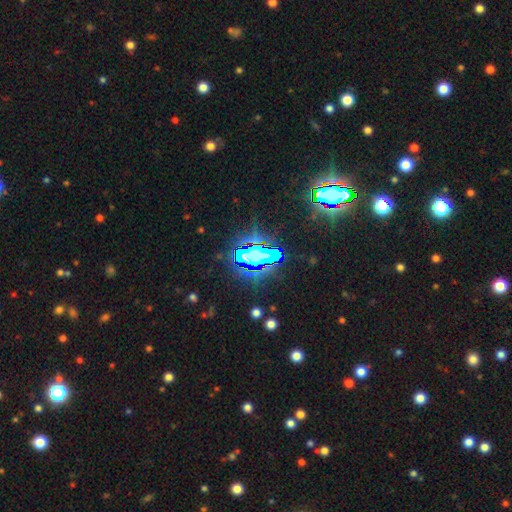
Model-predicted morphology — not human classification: Smooth or featured? Predicted: star or artifact (p=0.65).